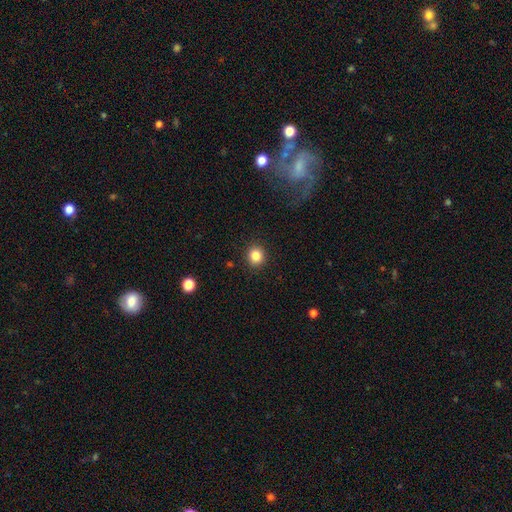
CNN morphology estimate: This appears to be a smooth galaxy with no disk features (84%) that is round (88%). Merging: none (91%).